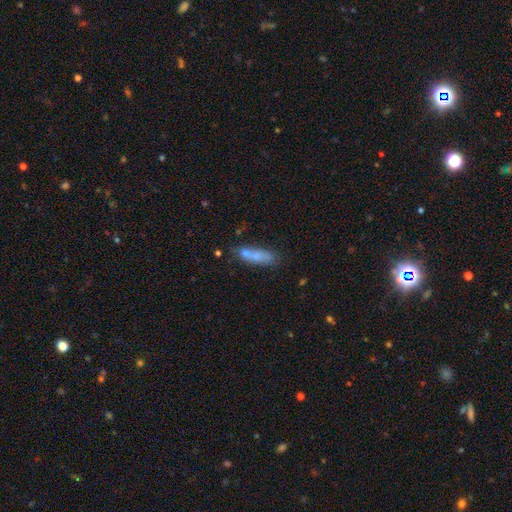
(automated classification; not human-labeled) Smooth or featured: smooth — 65% (featured or disk — 25%)
How rounded: in between — 49% (cigar-shaped — 47%)
Merging: none — 44% (merger — 31%)